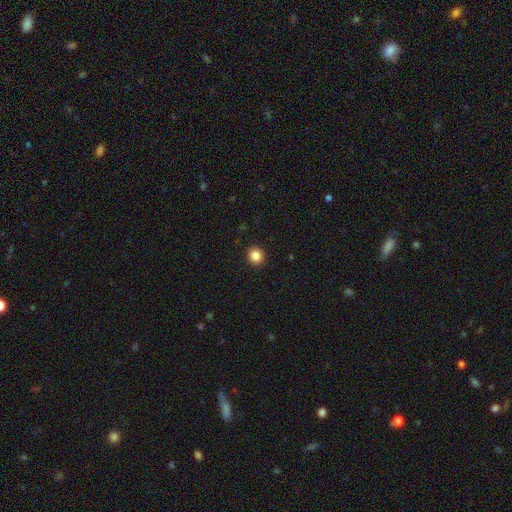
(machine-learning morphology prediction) smooth 85%, star or artifact 11%, featured or disk 4%. Down the decision tree: how rounded — round (88%); merging — none (93%).